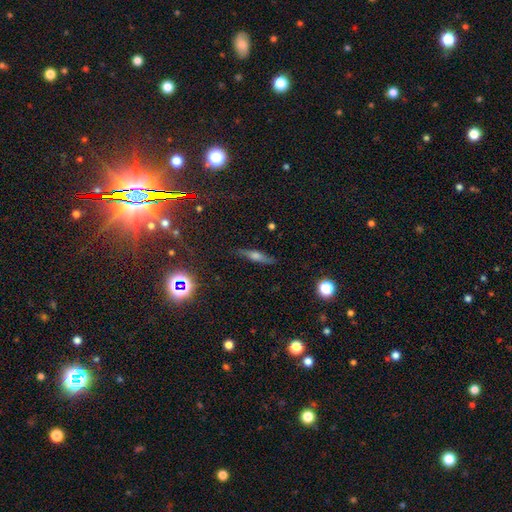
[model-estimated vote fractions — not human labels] Morphology: type=featured or disk (51%); edge-on=yes (91%); merging=none (85%).